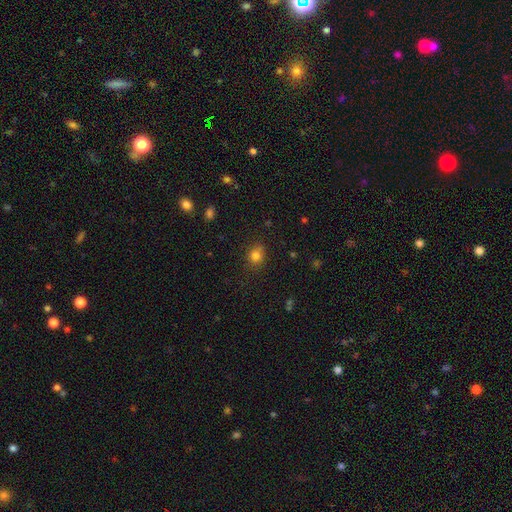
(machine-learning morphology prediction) A smooth galaxy with no disk features (80%) that is round (70%). Merging: none (78%).